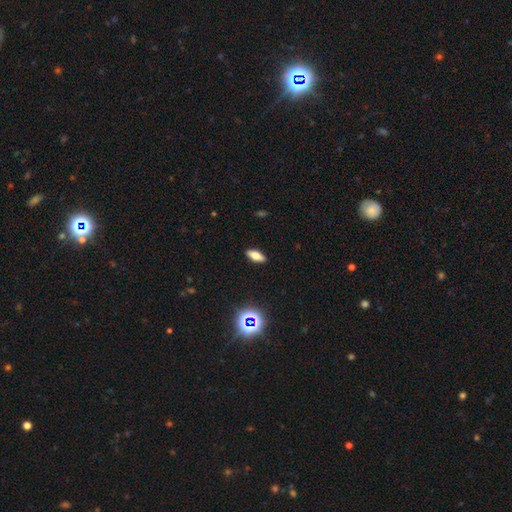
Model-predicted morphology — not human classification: Smooth or featured? Predicted: smooth (p=0.69). How rounded? Predicted: in between (p=0.73). Merging? Predicted: none (p=0.90).